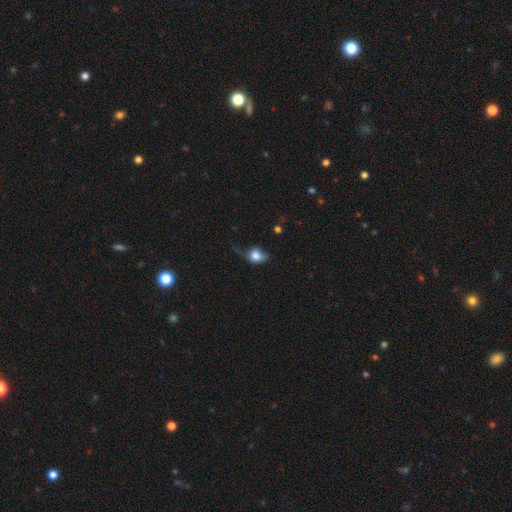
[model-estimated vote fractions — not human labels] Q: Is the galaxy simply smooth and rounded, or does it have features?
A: smooth — 68%.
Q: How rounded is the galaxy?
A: round — 55%.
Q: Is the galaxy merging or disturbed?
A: none — 44%.